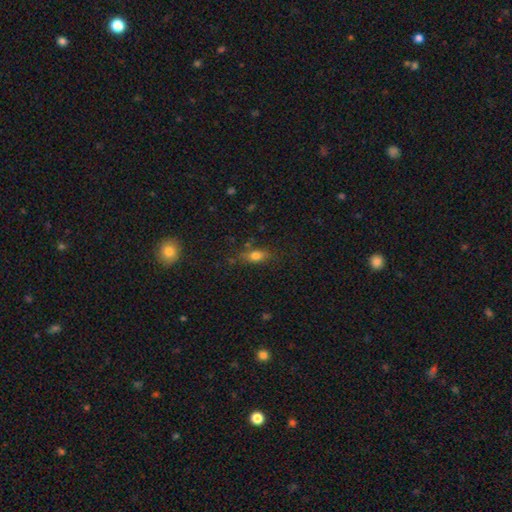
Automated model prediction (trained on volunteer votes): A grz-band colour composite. It shows a smooth galaxy with no disk features (74%) that is in between round and cigar-shaped (75%). Merging: none (70%).